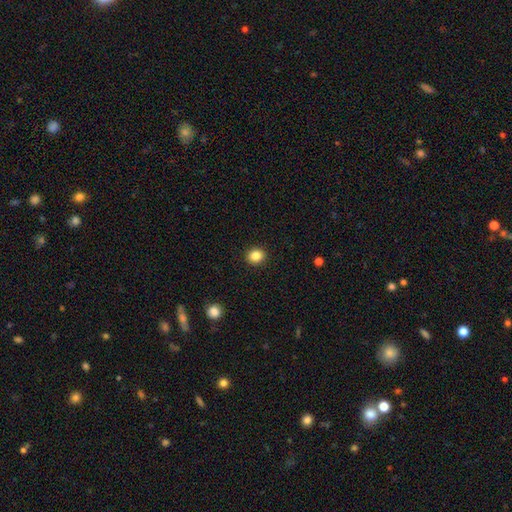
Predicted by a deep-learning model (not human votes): Smooth or featured? smooth (85%)
How rounded? round (74%)
Merging? none (92%)